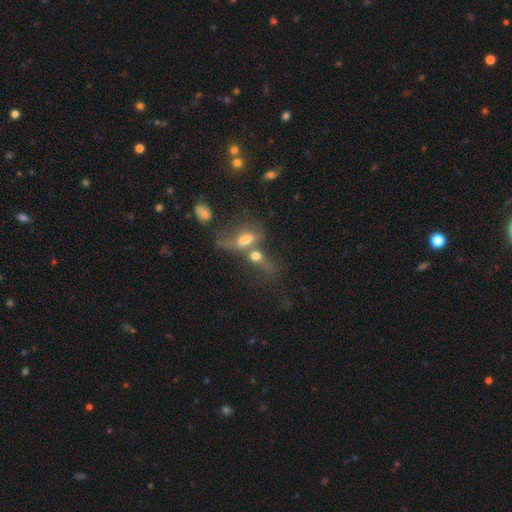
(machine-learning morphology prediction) Q: Smooth or featured?
A: smooth (54%); runner-up: featured or disk (30%)
Q: How rounded?
A: in between (67%); runner-up: round (19%)
Q: Merging?
A: merger (59%); runner-up: none (19%)